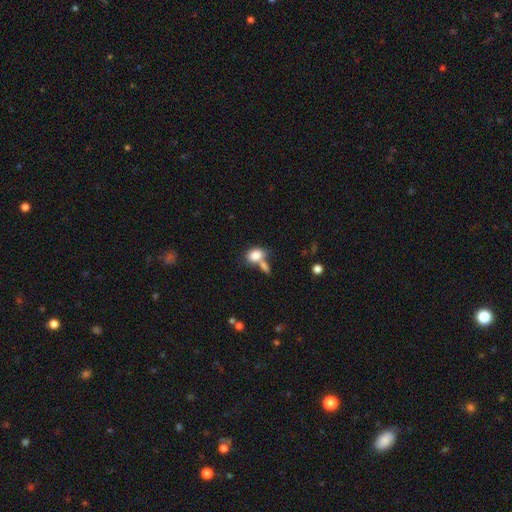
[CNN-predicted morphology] This appears to be a smooth galaxy with no disk features (83%) that is in between round and cigar-shaped (75%). Merging: merger (43%).